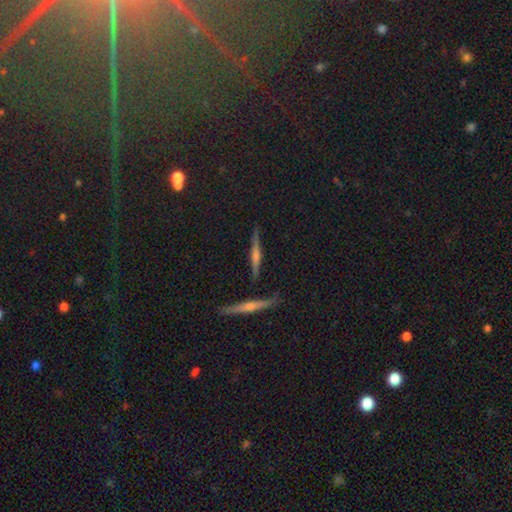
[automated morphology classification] smooth_or_featured: featured or disk (p=0.69) [alt: smooth p=0.17]
disk_edge_on: yes (p=0.97) [alt: no p=0.03]
edge_on_bulge: rounded (p=0.75) [alt: boxy p=0.13]
merging: none (p=0.85) [alt: minor disturbance p=0.09]